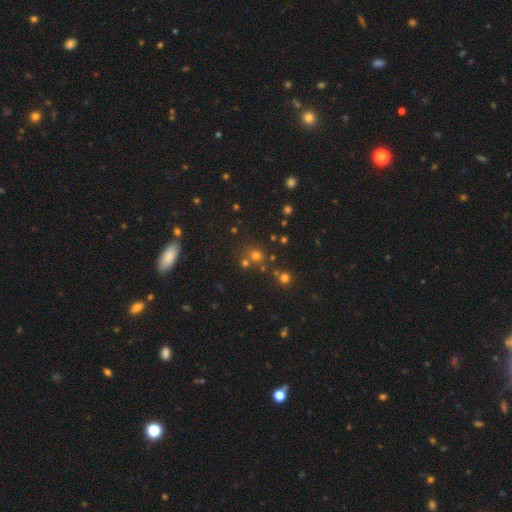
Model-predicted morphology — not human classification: Smooth or featured: smooth — 59% (star or artifact — 31%)
How rounded: round — 86% (in between — 13%)
Merging: none — 66% (merger — 21%)